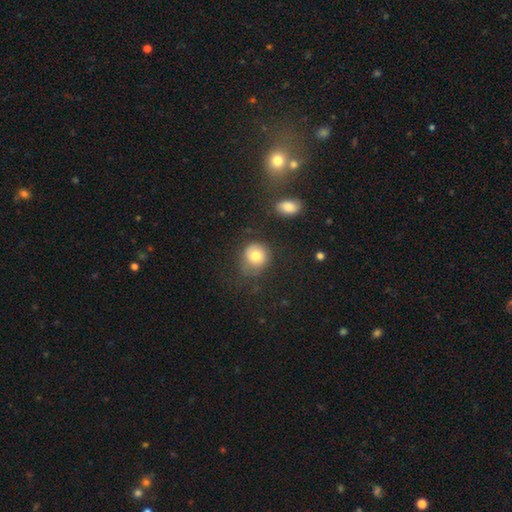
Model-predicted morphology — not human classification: Smooth or featured? Predicted: smooth (p=0.76). How rounded? Predicted: round (p=0.81). Merging? Predicted: none (p=0.61).